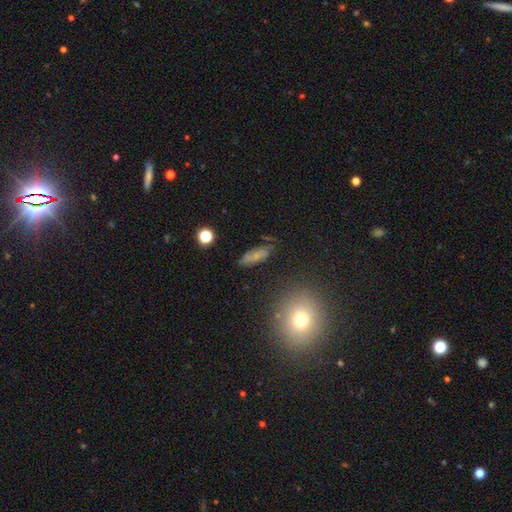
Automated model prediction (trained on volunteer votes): This is possibly a smooth galaxy (56%). How rounded: likely in between (63%). Merging: likely none (76%).